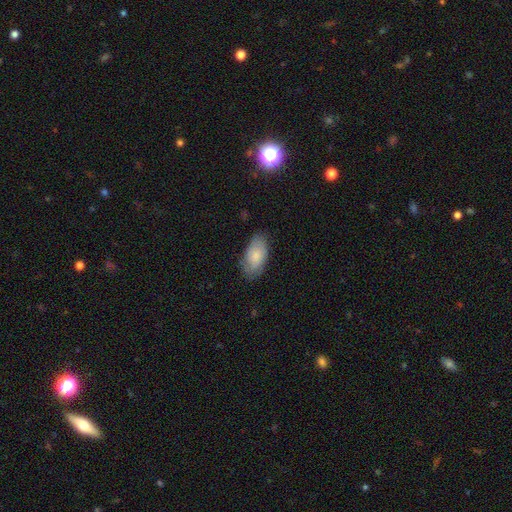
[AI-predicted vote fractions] smooth 76%, featured or disk 18%, star or artifact 6%. Down the decision tree: how rounded — in between (94%); merging — none (73%).